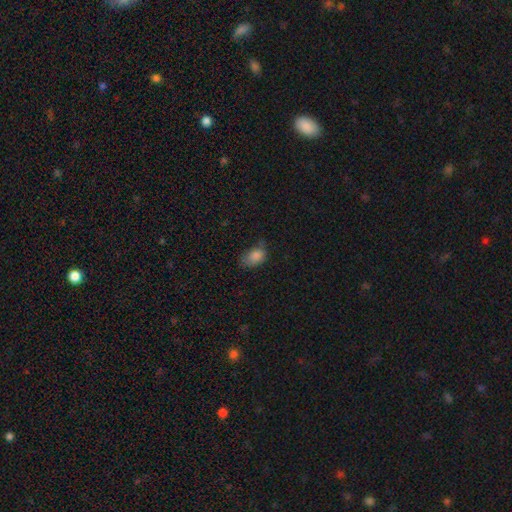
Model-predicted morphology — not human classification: The model was most divided on "merging": none: 46%, minor disturbance: 38%, major disturbance: 13%, merger: 3%. More confident: how rounded — in between (85%); smooth or featured — smooth (84%).